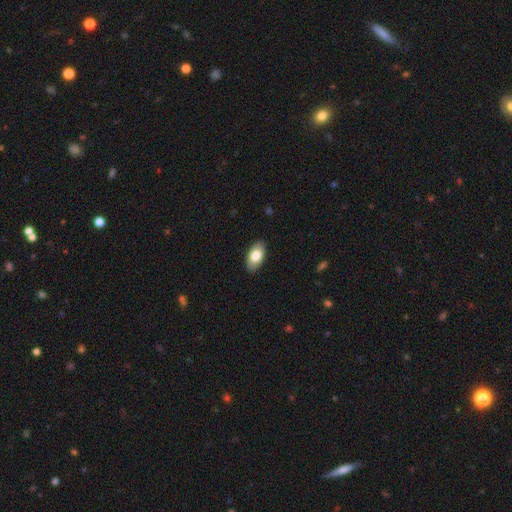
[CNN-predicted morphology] A smooth galaxy with no disk features (79%) that is in between round and cigar-shaped (94%). Merging: none (88%).